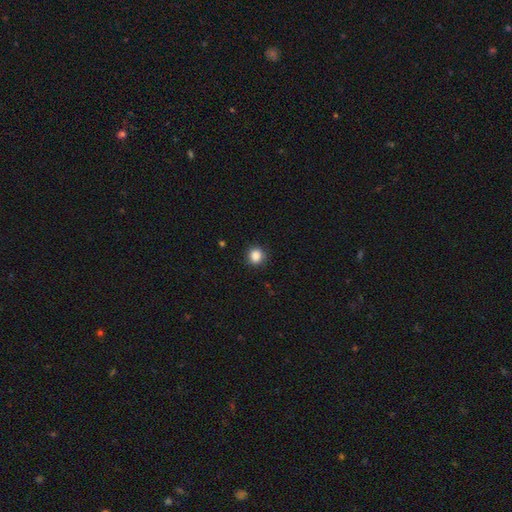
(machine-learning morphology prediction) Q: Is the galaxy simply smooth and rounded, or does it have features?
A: smooth — 87%.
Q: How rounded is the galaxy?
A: round — 83%.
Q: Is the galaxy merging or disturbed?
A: none — 87%.